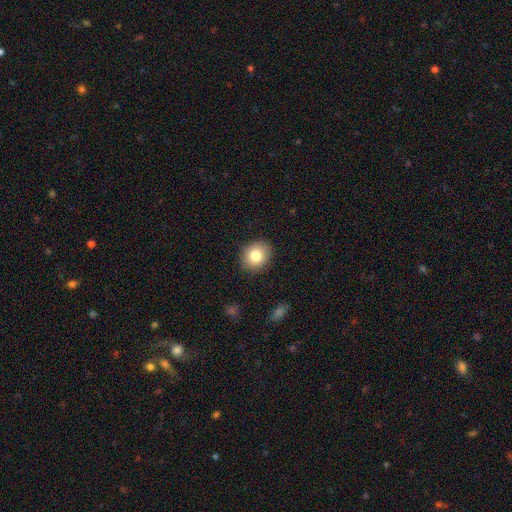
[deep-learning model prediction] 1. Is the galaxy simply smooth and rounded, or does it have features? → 81% smooth, 10% featured or disk, 9% star or artifact.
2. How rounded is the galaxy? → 66% round, 33% in between, 1% cigar-shaped.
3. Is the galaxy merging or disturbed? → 89% none, 8% minor disturbance, 2% major disturbance, 1% merger.